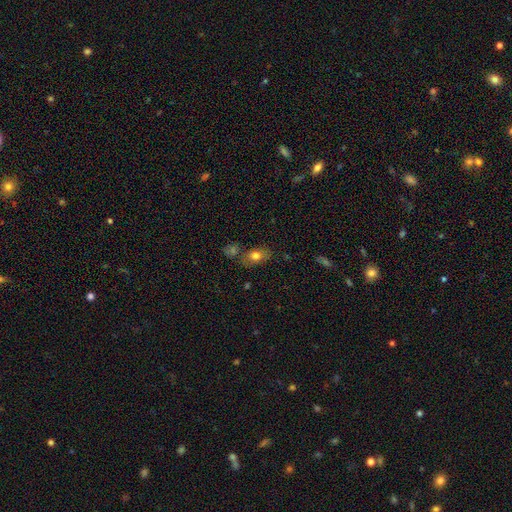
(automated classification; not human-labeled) Smooth or featured: smooth — 74% (featured or disk — 16%)
How rounded: in between — 80% (round — 16%)
Merging: none — 67% (minor disturbance — 16%)